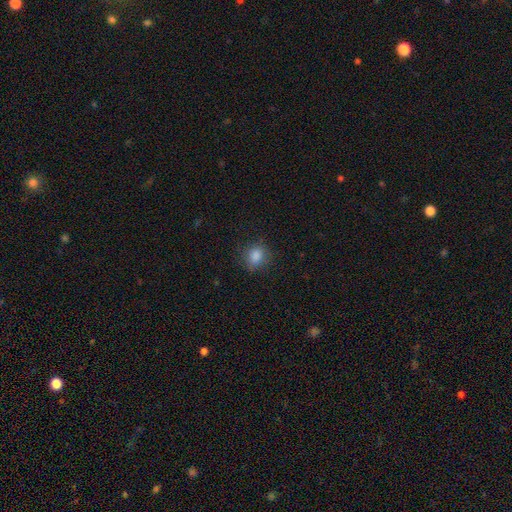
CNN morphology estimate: Q: Smooth or featured?
A: smooth (84%); runner-up: star or artifact (11%)
Q: How rounded?
A: round (71%); runner-up: in between (28%)
Q: Merging?
A: none (81%); runner-up: minor disturbance (14%)